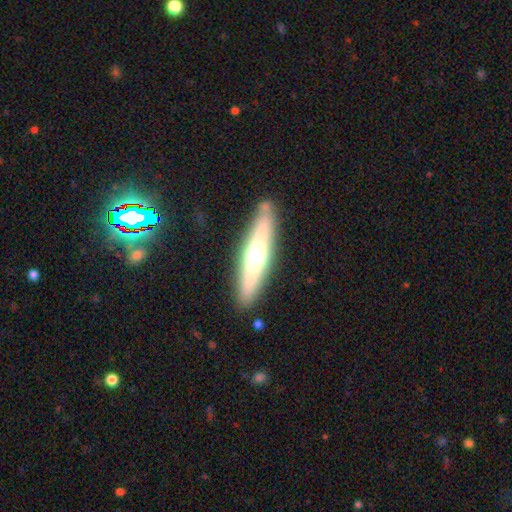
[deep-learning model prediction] Morphology: type=featured or disk (53%); edge-on=yes (91%); merging=none (84%).